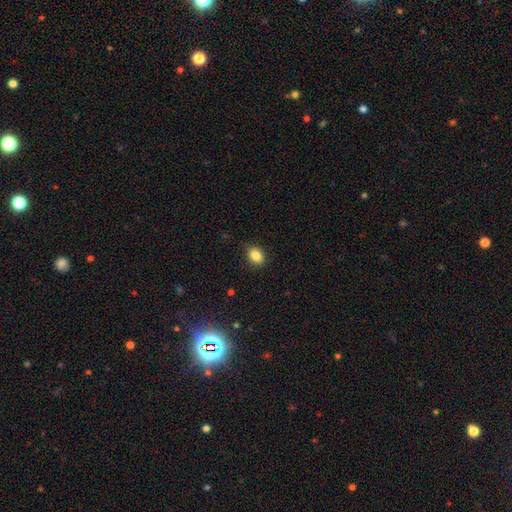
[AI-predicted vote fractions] Overall: smooth (85%). How rounded: in between (69%; round 30%). Merging: none (86%).